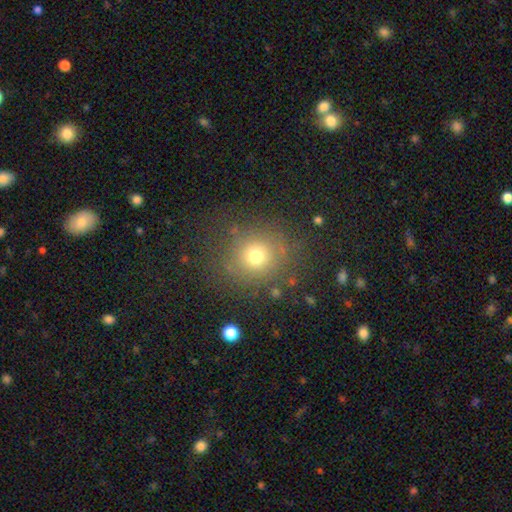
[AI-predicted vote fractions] Smooth or featured?
  - smooth: 71% *
  - star or artifact: 17%
  - featured or disk: 12%
How rounded?
  - round: 88% *
  - in between: 11%
  - cigar-shaped: 1%
Merging?
  - none: 80% *
  - minor disturbance: 11%
  - major disturbance: 6%
  - merger: 2%